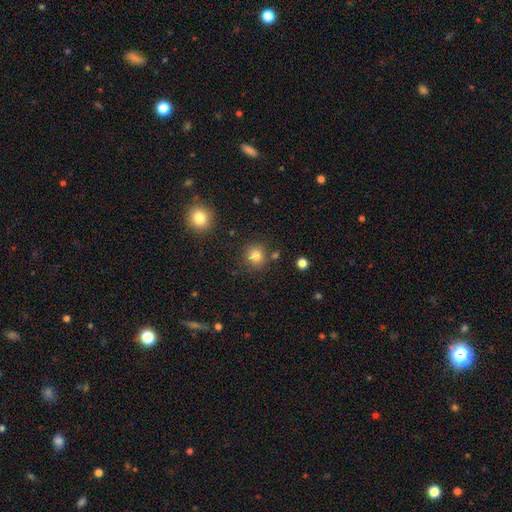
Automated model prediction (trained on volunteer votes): This is clearly a smooth galaxy (82%). How rounded: clearly round (89%). Merging: clearly none (83%).